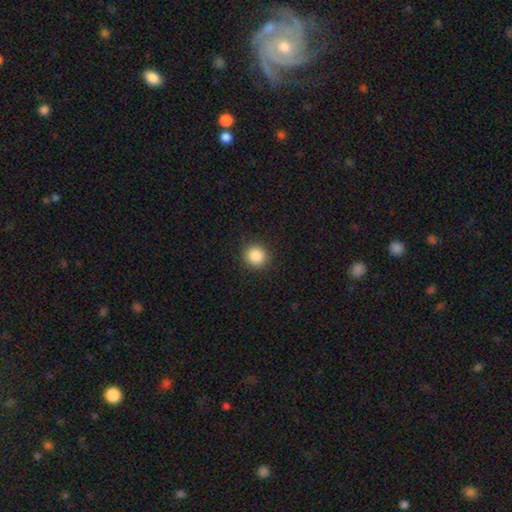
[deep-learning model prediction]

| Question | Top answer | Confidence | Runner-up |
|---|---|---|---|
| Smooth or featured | smooth | 87% | star or artifact (10%) |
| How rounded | round | 90% | in between (9%) |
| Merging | none | 91% | minor disturbance (6%) |